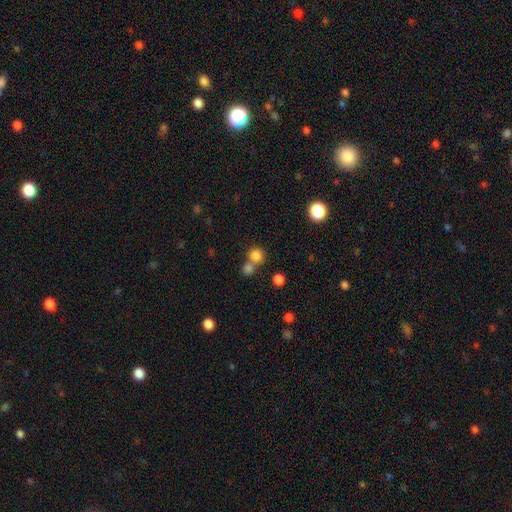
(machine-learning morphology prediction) smooth 80%, star or artifact 13%, featured or disk 6%. Down the decision tree: how rounded — round (89%); merging — none (53%).